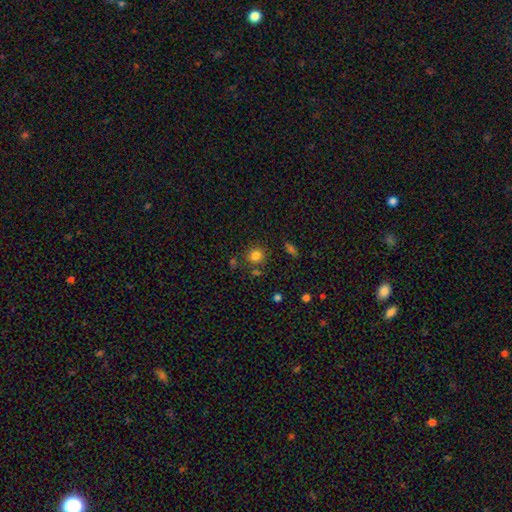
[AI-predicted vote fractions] The model was most divided on "merging": none: 76%, minor disturbance: 11%, merger: 9%, major disturbance: 4%. More confident: how rounded — round (87%); smooth or featured — smooth (81%).